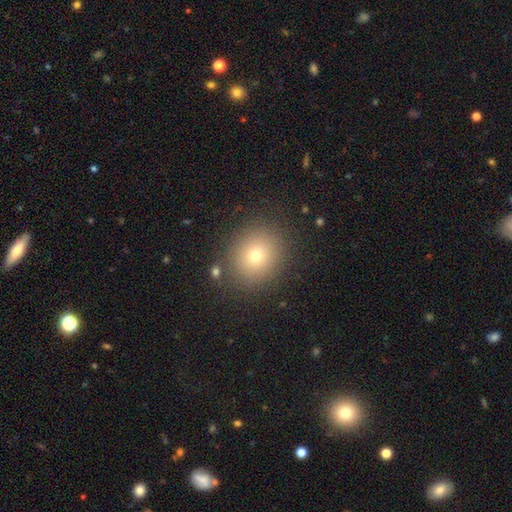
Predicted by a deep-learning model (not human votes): Smooth or featured: smooth — 71% (star or artifact — 17%)
How rounded: round — 81% (in between — 18%)
Merging: none — 87% (minor disturbance — 7%)